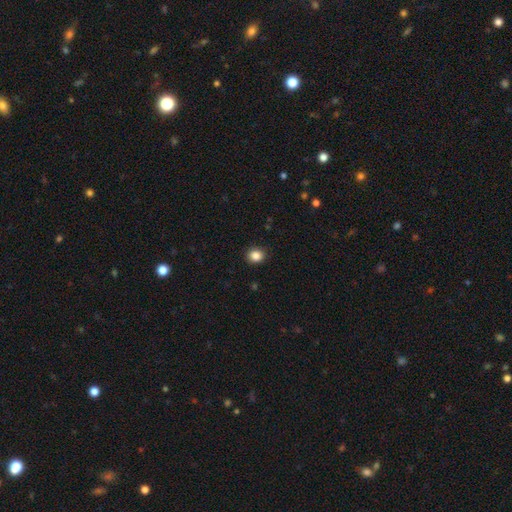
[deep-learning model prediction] Smooth or featured? smooth (86%)
How rounded? round (72%)
Merging? none (91%)